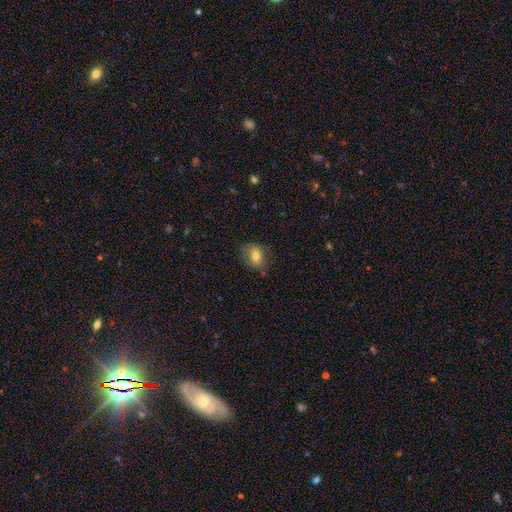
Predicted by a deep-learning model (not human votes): Overall: smooth (69%). How rounded: in between (62%; round 36%). Merging: none (71%).